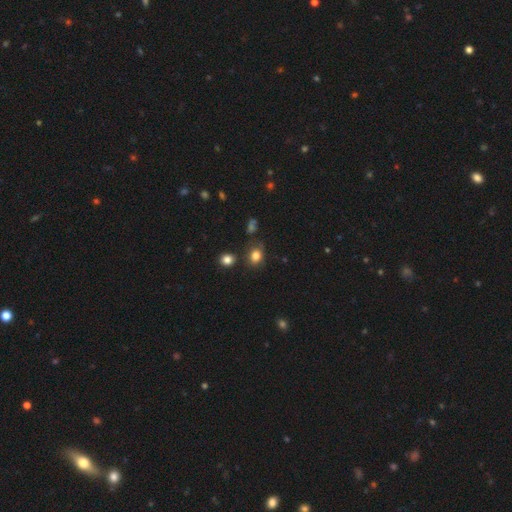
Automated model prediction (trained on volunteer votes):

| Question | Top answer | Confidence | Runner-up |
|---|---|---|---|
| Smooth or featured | smooth | 81% | star or artifact (12%) |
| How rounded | in between | 55% | round (44%) |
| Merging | none | 71% | minor disturbance (18%) |